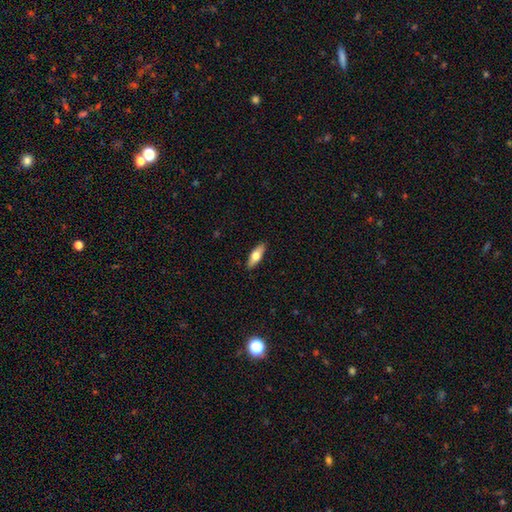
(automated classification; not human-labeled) Smooth or featured: smooth — 65% (featured or disk — 30%)
How rounded: in between — 61% (cigar-shaped — 37%)
Merging: none — 89% (minor disturbance — 8%)